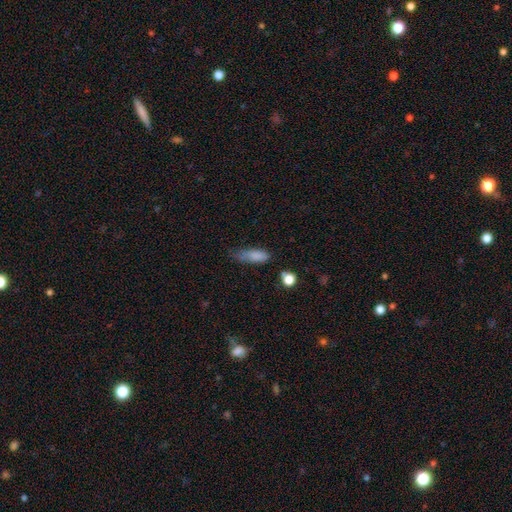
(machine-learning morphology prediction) Smooth or featured? Predicted: smooth (p=0.80). How rounded? Predicted: in between (p=0.64). Merging? Predicted: minor disturbance (p=0.39).